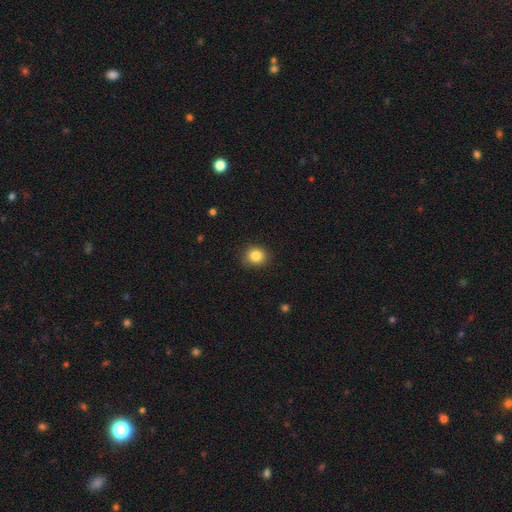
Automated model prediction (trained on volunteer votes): smooth 85%, star or artifact 10%, featured or disk 5%. Down the decision tree: how rounded — round (75%); merging — none (85%).